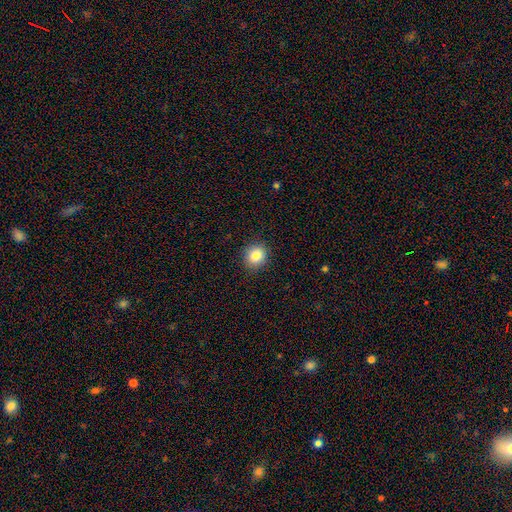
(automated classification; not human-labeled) smooth_or_featured: smooth (p=0.83) [alt: star or artifact p=0.10]
how_rounded: round (p=0.83) [alt: in between p=0.16]
merging: none (p=0.90) [alt: minor disturbance p=0.07]